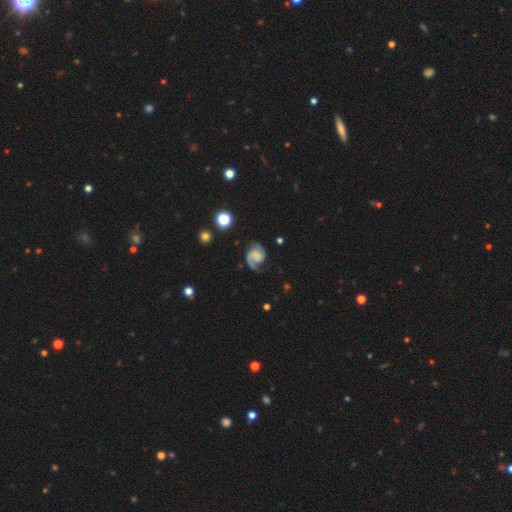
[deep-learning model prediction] This is clearly a featured or disk galaxy (86%). It is clearly not viewed edge-on (98%). Bar: possibly no (59%). Spiral arm pattern: clearly yes (98%). Spiral arm count: clearly 2 (85%). Spiral winding: possibly medium (52%). Central bulge: possibly none (48%). Merging: likely none (69%).